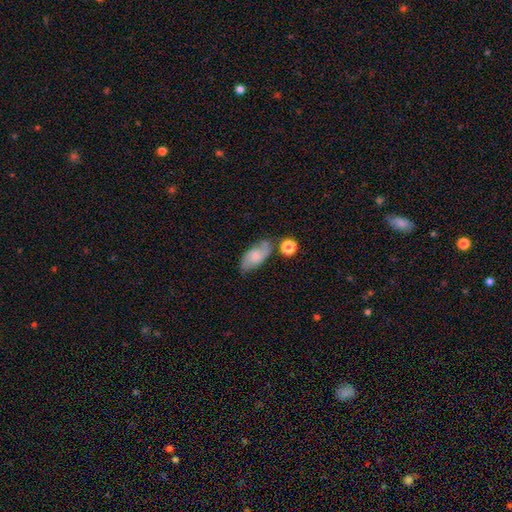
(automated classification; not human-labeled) smooth_or_featured: smooth (p=0.51) [alt: featured or disk p=0.41]
how_rounded: in between (p=0.87) [alt: cigar-shaped p=0.08]
merging: none (p=0.61) [alt: minor disturbance p=0.23]